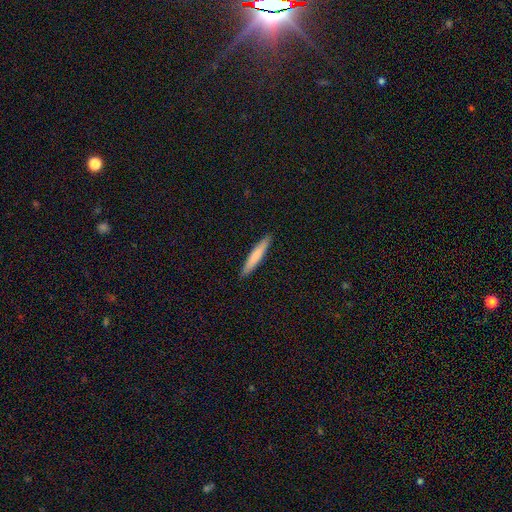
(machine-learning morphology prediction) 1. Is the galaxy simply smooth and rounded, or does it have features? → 74% smooth, 21% featured or disk, 5% star or artifact.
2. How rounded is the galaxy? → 93% cigar-shaped, 5% in between, 1% round.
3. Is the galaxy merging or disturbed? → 91% none, 6% minor disturbance, 1% major disturbance, 1% merger.